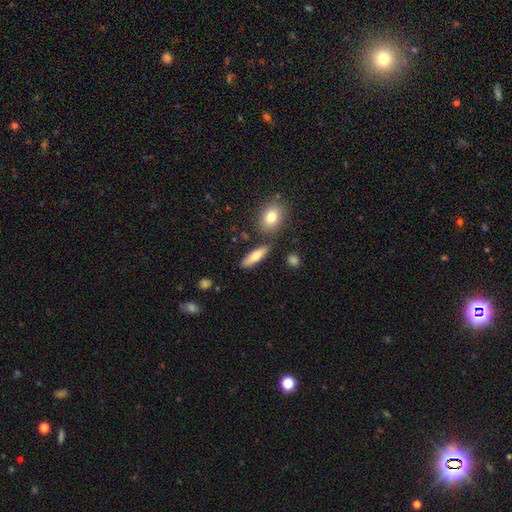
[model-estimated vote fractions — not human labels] smooth-or-featured: smooth: 74% | featured or disk: 19% | star or artifact: 7%
  how-rounded: cigar-shaped: 51% | in between: 46% | round: 3%
  merging: none: 79% | minor disturbance: 11% | merger: 7% | major disturbance: 3%